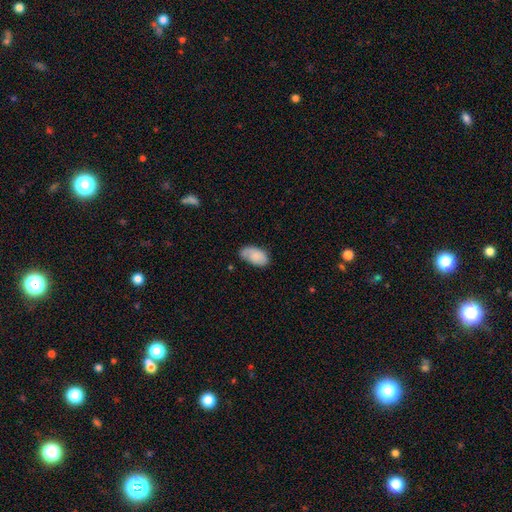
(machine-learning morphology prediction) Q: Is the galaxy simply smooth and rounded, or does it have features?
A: smooth — 79%.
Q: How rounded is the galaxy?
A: in between — 95%.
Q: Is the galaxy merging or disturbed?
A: none — 59%.